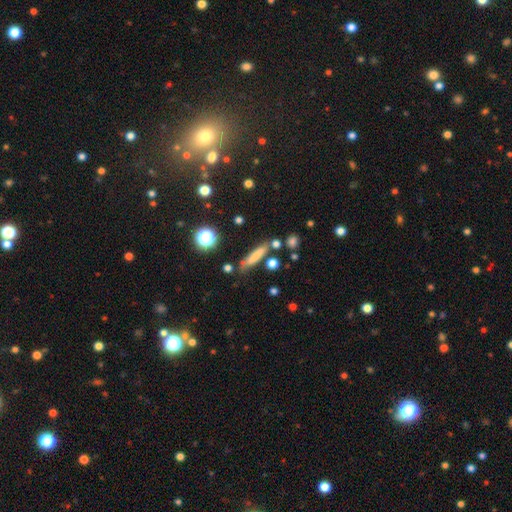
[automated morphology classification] type=smooth (72%); roundness=cigar-shaped (82%); merging=none (73%).